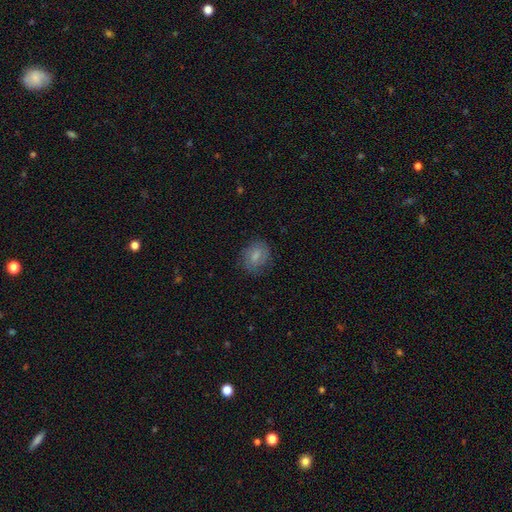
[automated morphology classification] Overall: smooth (72%). How rounded: round (51%; in between 47%). Merging: none (79%).